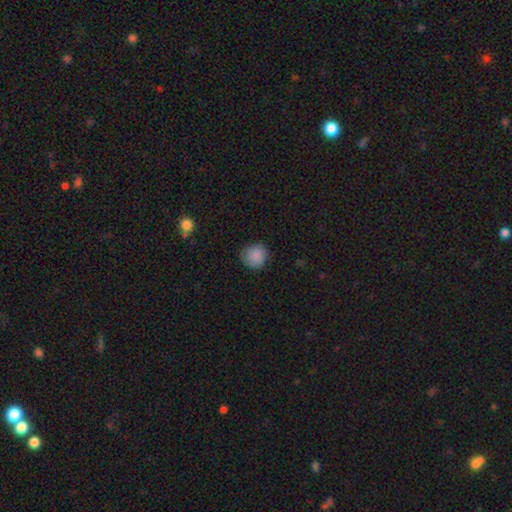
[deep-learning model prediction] Smooth or featured? Predicted: smooth (p=0.87). How rounded? Predicted: round (p=0.90). Merging? Predicted: none (p=0.82).